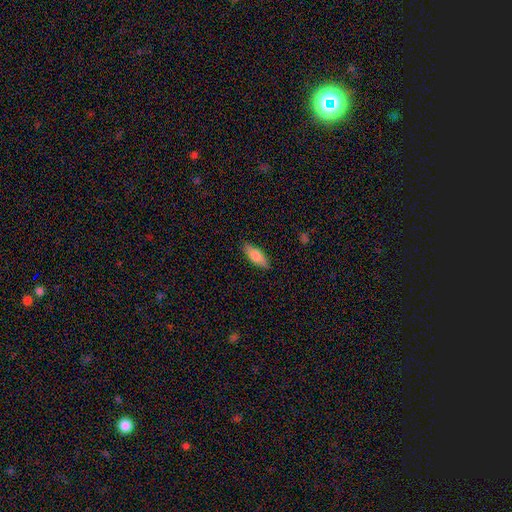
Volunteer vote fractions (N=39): Morphology: type=smooth (85%); roundness=in between (70%); merging=none (92%).